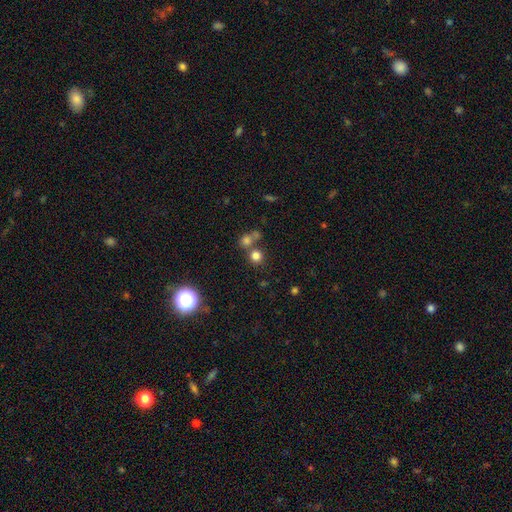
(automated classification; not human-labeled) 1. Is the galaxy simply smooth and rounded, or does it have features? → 75% smooth, 17% star or artifact, 7% featured or disk.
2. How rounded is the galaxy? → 90% round, 9% in between, 1% cigar-shaped.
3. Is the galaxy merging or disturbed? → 64% none, 26% merger, 7% minor disturbance, 3% major disturbance.